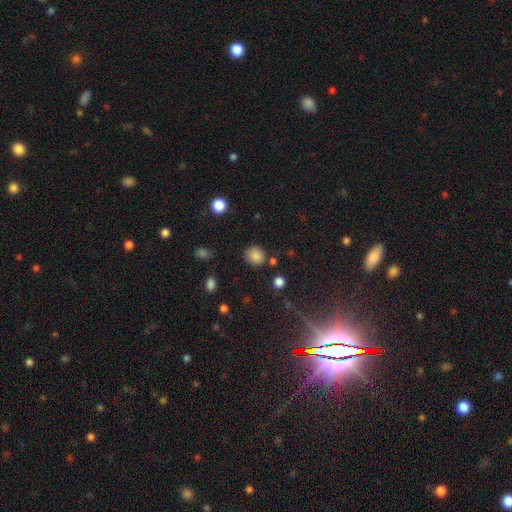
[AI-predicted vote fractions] Morphology: type=smooth (84%); roundness=round (83%); merging=none (81%).